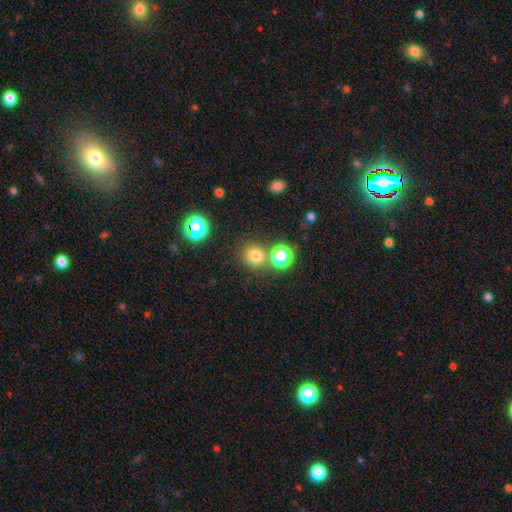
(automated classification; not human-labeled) smooth_or_featured: smooth (p=0.73) [alt: star or artifact p=0.20]
how_rounded: round (p=0.85) [alt: in between p=0.14]
merging: none (p=0.73) [alt: merger p=0.15]